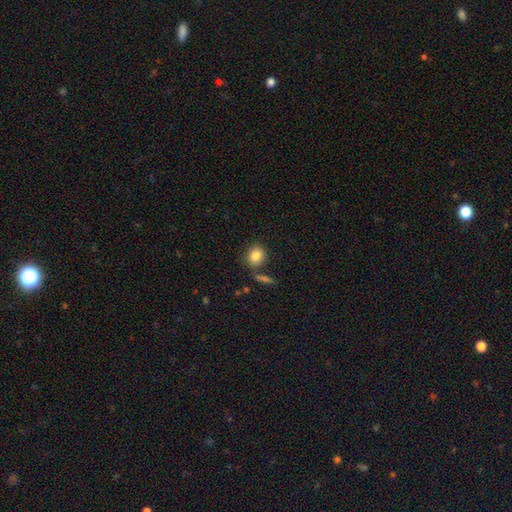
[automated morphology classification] This appears to be a smooth galaxy with no disk features (84%) that is round (70%). Merging: none (76%).